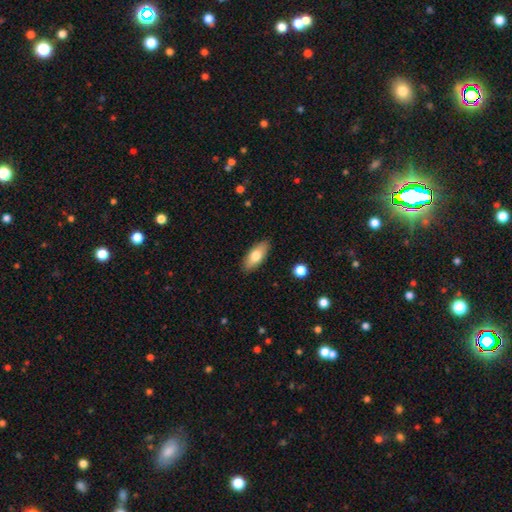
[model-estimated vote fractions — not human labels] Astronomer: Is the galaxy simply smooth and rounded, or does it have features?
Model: smooth — 75%.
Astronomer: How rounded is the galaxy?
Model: in between — 81%.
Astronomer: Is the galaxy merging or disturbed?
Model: none — 88%.